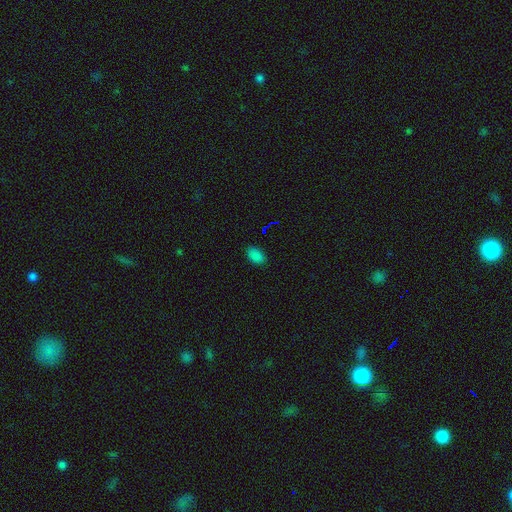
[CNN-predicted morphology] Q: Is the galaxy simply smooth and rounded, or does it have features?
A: smooth — 82%.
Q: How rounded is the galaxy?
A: in between — 91%.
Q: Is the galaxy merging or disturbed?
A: none — 86%.